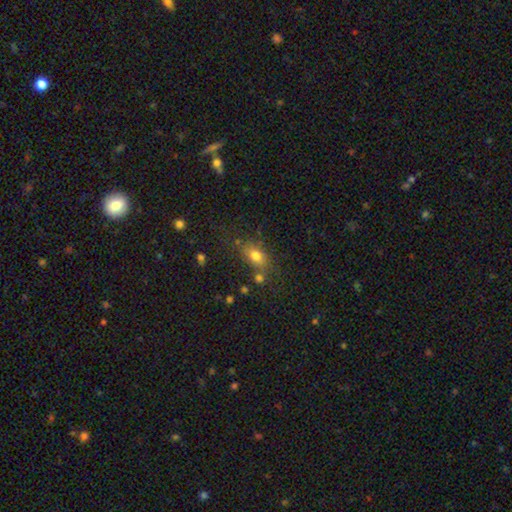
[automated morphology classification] The model was most divided on "merging": none: 65%, minor disturbance: 18%, merger: 10%, major disturbance: 7%. More confident: smooth or featured — smooth (75%); how rounded — in between (72%).